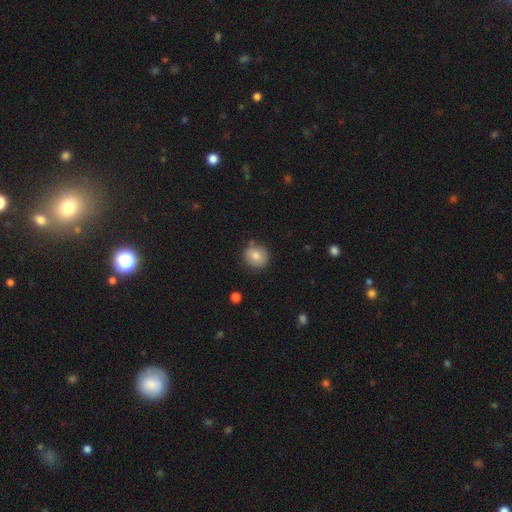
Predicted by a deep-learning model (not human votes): Morphology: type=smooth (81%); roundness=round (82%); merging=none (84%).